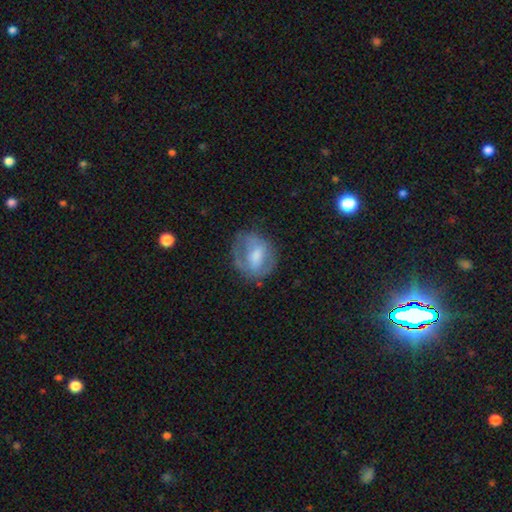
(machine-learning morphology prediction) featured or disk 48%, smooth 45%, star or artifact 8%. Down the decision tree: merging — none (59%).